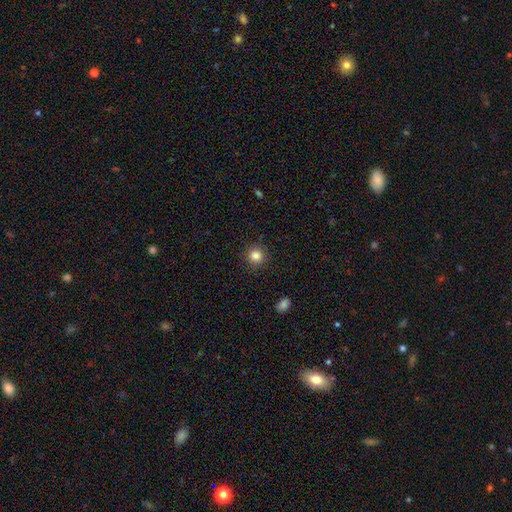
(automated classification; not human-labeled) smooth_or_featured: smooth (p=0.84) [alt: star or artifact p=0.11]
how_rounded: round (p=0.94) [alt: in between p=0.05]
merging: none (p=0.91) [alt: minor disturbance p=0.06]